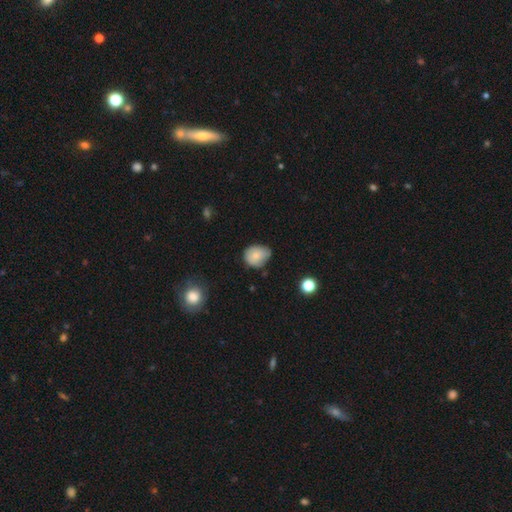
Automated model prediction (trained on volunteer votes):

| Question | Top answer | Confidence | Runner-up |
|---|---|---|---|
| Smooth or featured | smooth | 76% | featured or disk (15%) |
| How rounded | round | 62% | in between (37%) |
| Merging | none | 48% | minor disturbance (41%) |